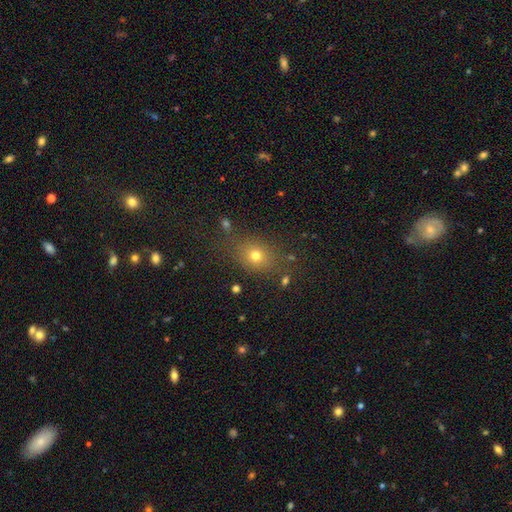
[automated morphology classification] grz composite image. It shows a smooth galaxy with no disk features (70%) that is round (56%). Merging: none (77%).